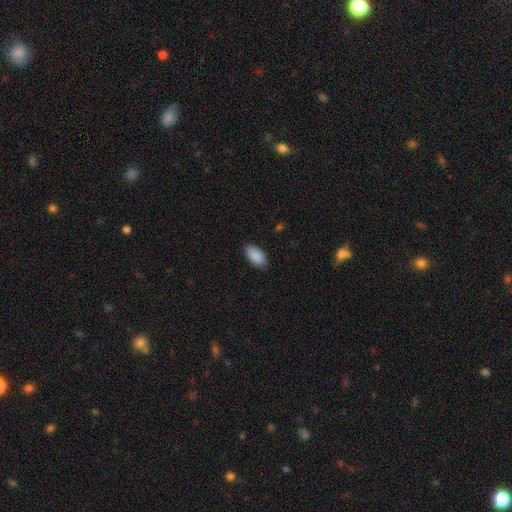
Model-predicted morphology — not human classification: Smooth or featured?
  - smooth: 90% *
  - star or artifact: 6%
  - featured or disk: 4%
How rounded?
  - in between: 94% *
  - cigar-shaped: 3%
  - round: 3%
Merging?
  - none: 83% *
  - minor disturbance: 14%
  - major disturbance: 2%
  - merger: 1%